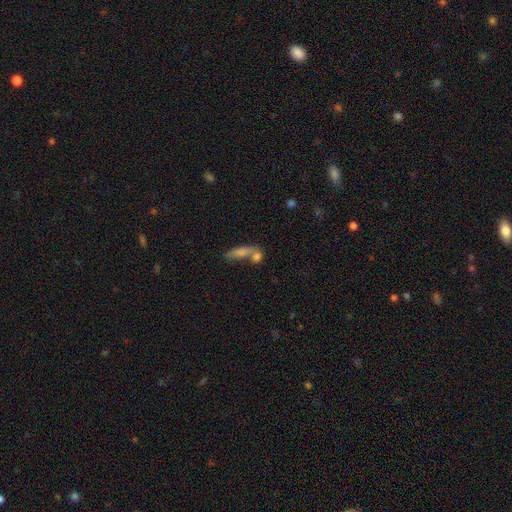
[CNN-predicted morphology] smooth 70%, featured or disk 19%, star or artifact 12%. Down the decision tree: how rounded — in between (48%); merging — merger (45%).